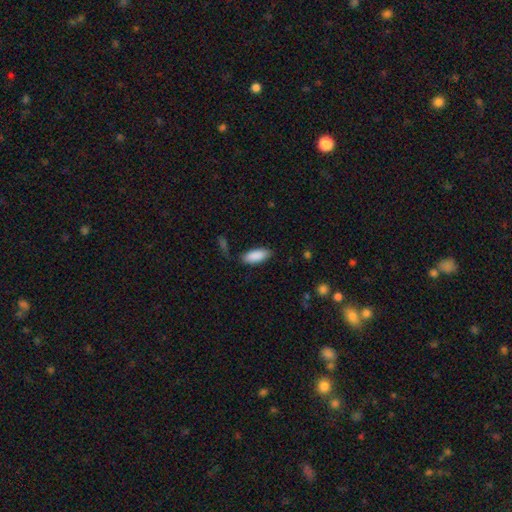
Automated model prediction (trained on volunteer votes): A smooth galaxy with no disk features (89%) that is in between round and cigar-shaped (82%). Merging: none (81%).